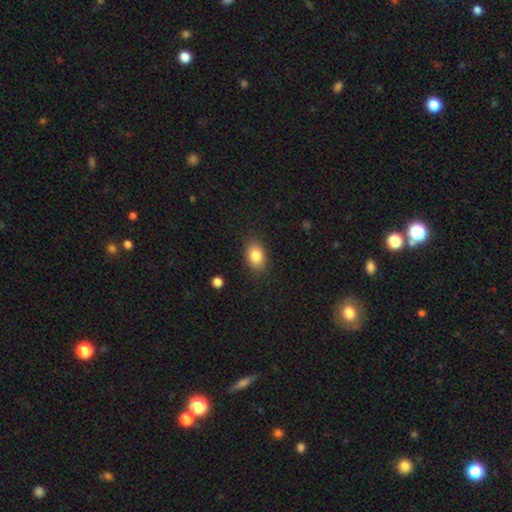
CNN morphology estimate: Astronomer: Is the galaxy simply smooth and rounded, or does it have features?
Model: smooth — 84%.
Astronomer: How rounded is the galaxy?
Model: in between — 78%.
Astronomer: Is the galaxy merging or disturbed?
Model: none — 85%.